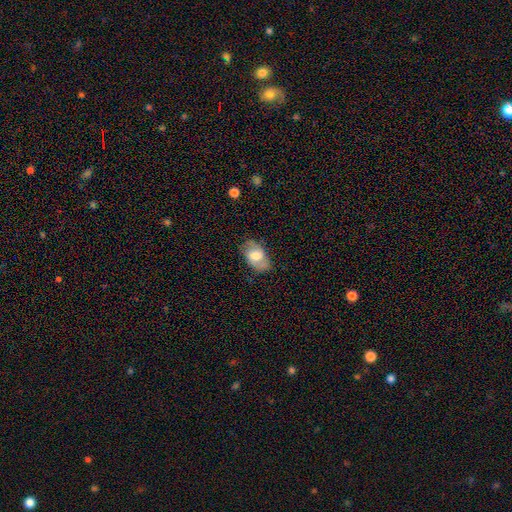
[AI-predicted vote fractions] A smooth galaxy with no disk features (57%) that is in between round and cigar-shaped (89%). Merging: none (74%).